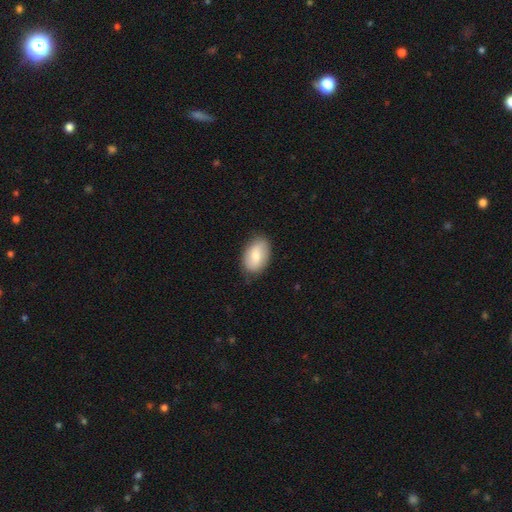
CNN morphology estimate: Smooth or featured? smooth (76%)
How rounded? in between (90%)
Merging? none (81%)